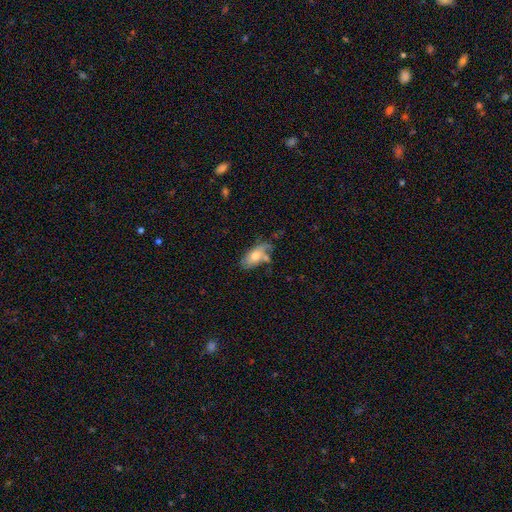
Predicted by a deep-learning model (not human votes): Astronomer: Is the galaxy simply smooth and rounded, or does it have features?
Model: smooth — 65%.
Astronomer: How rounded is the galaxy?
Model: in between — 88%.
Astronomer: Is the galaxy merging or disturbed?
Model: none — 47% (runner-up: minor disturbance, 26%).